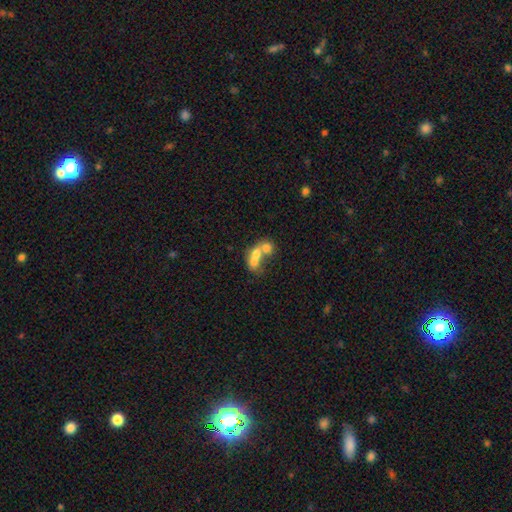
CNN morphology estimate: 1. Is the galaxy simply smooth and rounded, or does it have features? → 63% smooth, 27% featured or disk, 11% star or artifact.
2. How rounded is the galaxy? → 64% in between, 28% round, 8% cigar-shaped.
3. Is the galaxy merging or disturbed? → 70% merger, 17% none, 7% major disturbance, 6% minor disturbance.